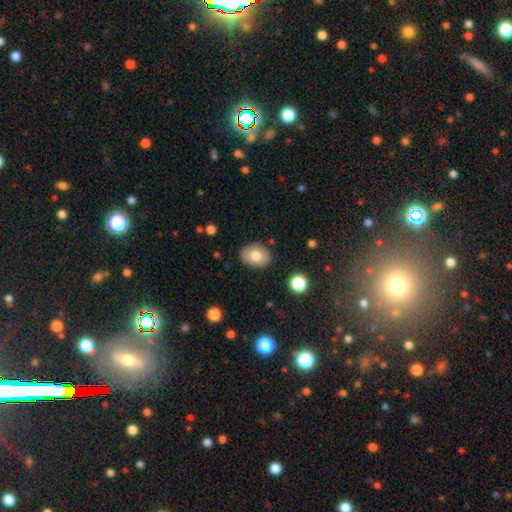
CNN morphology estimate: type=smooth (74%); roundness=in between (56%); merging=none (87%).